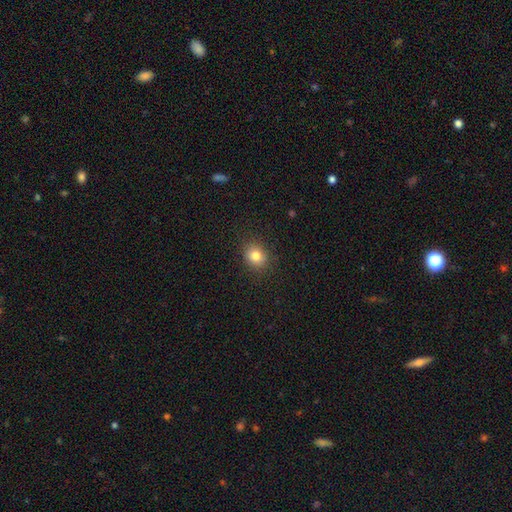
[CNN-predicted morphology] Smooth or featured? Predicted: smooth (p=0.81). How rounded? Predicted: round (p=0.70). Merging? Predicted: none (p=0.89).